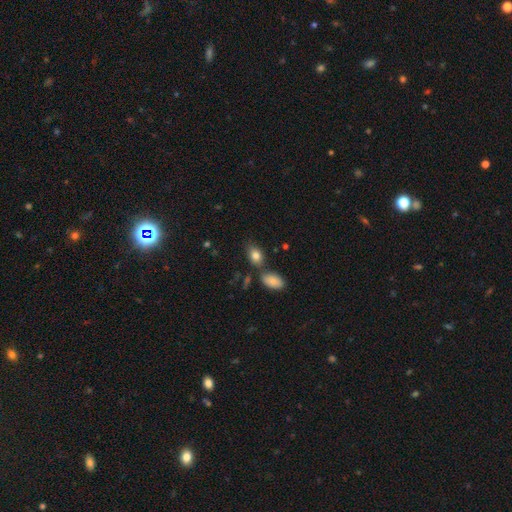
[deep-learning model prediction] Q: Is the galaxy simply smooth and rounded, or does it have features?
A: smooth — 82%.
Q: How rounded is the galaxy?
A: in between — 82%.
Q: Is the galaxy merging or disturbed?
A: none — 65%.